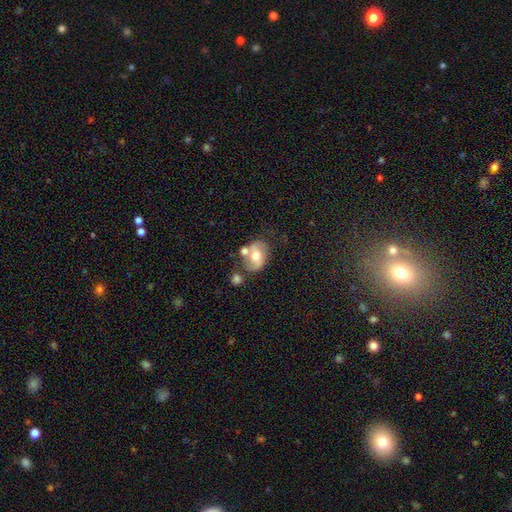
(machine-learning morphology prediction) Smooth or featured? Predicted: featured or disk (p=0.51). Edge-on disk? Predicted: no (p=0.95). Merging? Predicted: none (p=0.54).